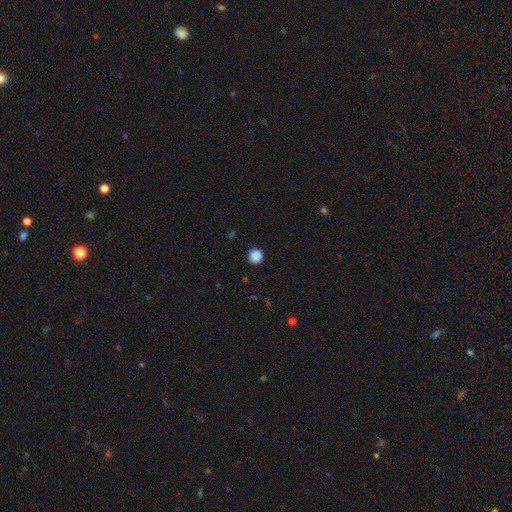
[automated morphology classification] smooth-or-featured: smooth: 88% | star or artifact: 10% | featured or disk: 2%
  how-rounded: round: 95% | in between: 4% | cigar-shaped: 1%
  merging: none: 91% | minor disturbance: 6% | major disturbance: 2% | merger: 1%